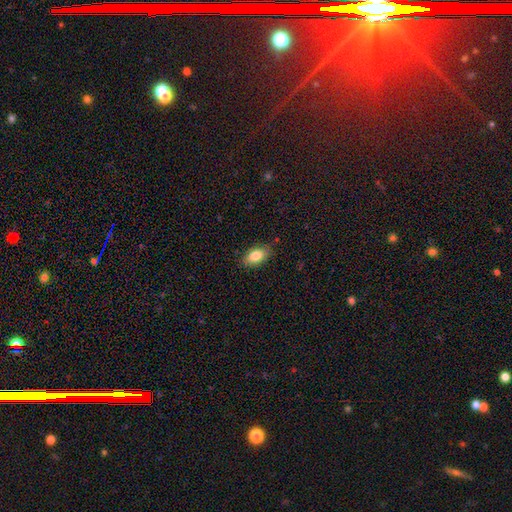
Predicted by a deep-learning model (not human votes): A smooth galaxy with no disk features (84%) that is in between round and cigar-shaped (91%).

Vote fractions:
- Smooth or featured? smooth: 84% / featured or disk: 9% / star or artifact: 7%
- How rounded? in between: 91% / round: 6% / cigar-shaped: 3%
- Merging? none: 82% / minor disturbance: 14% / major disturbance: 3% / merger: 1%